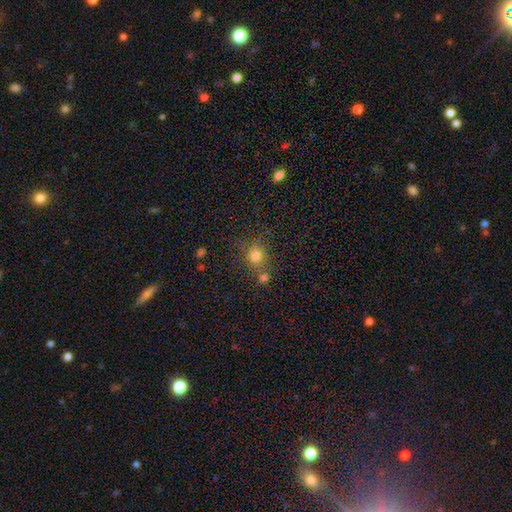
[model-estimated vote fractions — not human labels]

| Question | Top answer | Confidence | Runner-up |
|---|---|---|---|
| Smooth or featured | smooth | 75% | star or artifact (16%) |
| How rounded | round | 83% | in between (16%) |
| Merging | none | 61% | merger (23%) |